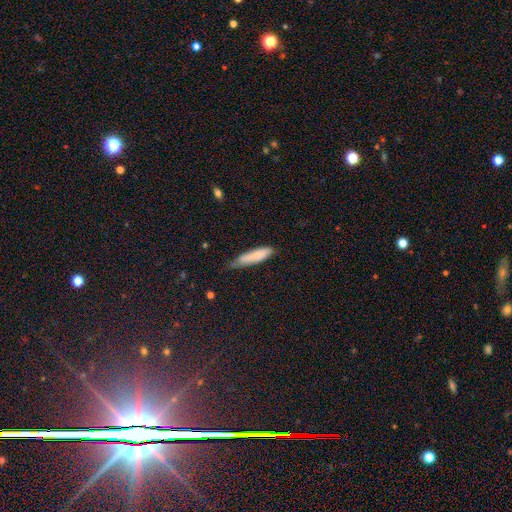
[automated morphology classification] type=smooth (80%); roundness=cigar-shaped (74%); merging=none (54%).